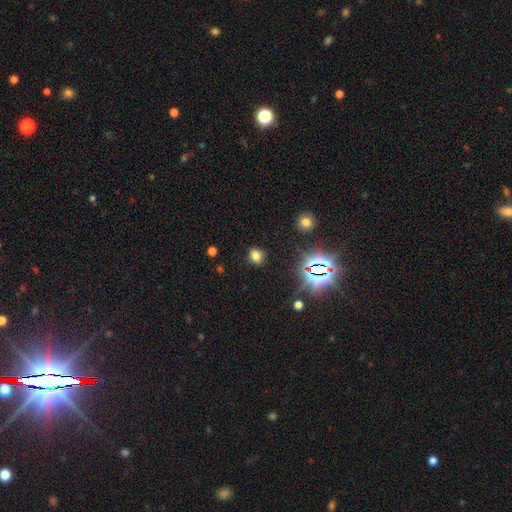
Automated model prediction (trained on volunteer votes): Morphology: type=smooth (69%); roundness=round (50%); merging=none (86%).